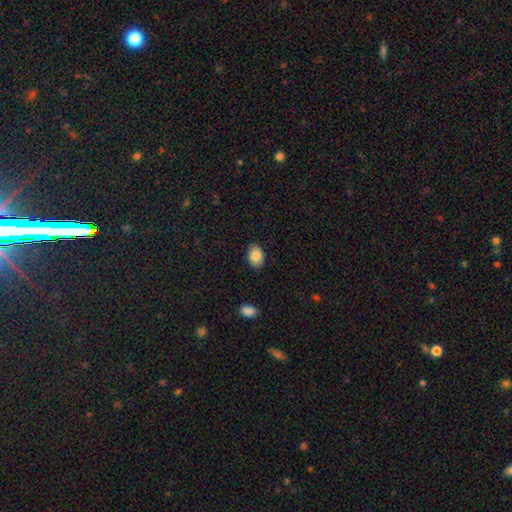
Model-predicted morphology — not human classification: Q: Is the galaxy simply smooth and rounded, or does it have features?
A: smooth — 86%.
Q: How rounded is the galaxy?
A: in between — 78%.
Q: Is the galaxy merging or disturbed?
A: none — 87%.